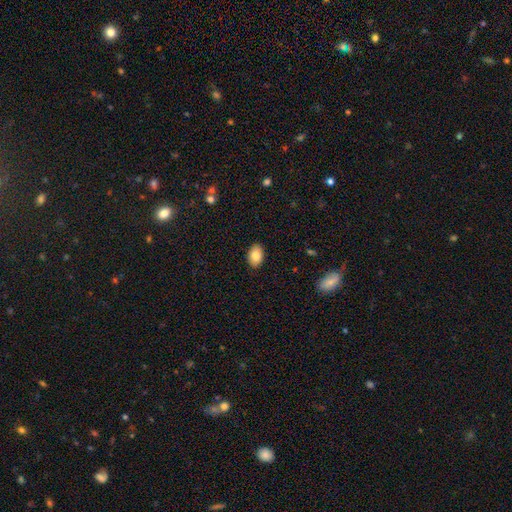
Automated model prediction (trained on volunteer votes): Morphology: type=smooth (82%); roundness=in between (87%); merging=none (89%).